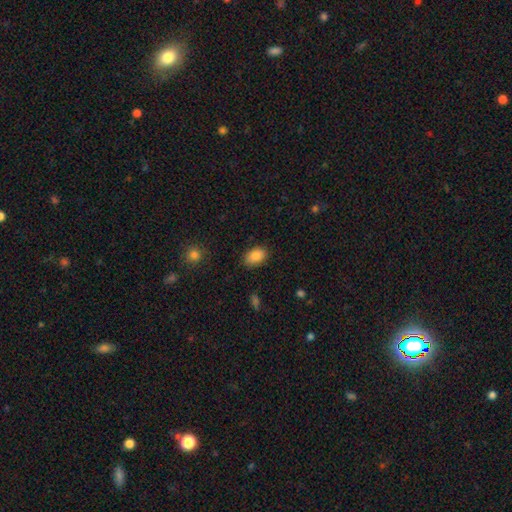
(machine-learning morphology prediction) Smooth or featured? Predicted: smooth (p=0.87). How rounded? Predicted: in between (p=0.87). Merging? Predicted: none (p=0.85).